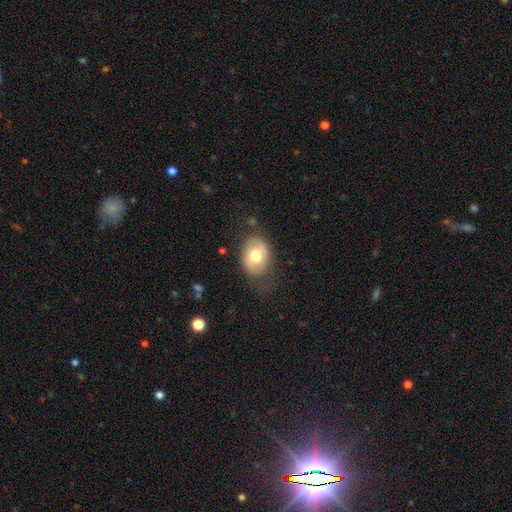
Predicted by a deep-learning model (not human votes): Smooth or featured: smooth — 67% (featured or disk — 26%)
How rounded: in between — 67% (round — 32%)
Merging: none — 70% (minor disturbance — 20%)